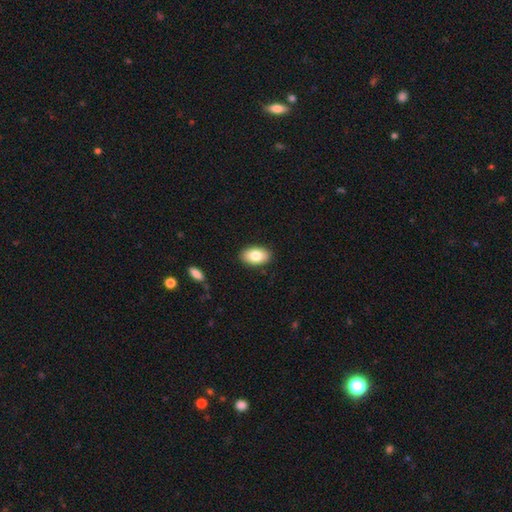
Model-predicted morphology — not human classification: smooth 81%, featured or disk 13%, star or artifact 7%. Down the decision tree: how rounded — in between (93%); merging — none (89%).